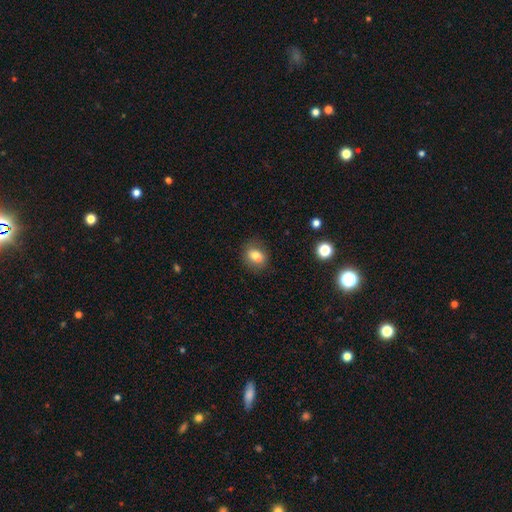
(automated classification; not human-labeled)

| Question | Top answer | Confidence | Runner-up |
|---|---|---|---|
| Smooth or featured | smooth | 76% | featured or disk (14%) |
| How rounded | in between | 59% | round (40%) |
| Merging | none | 72% | minor disturbance (16%) |